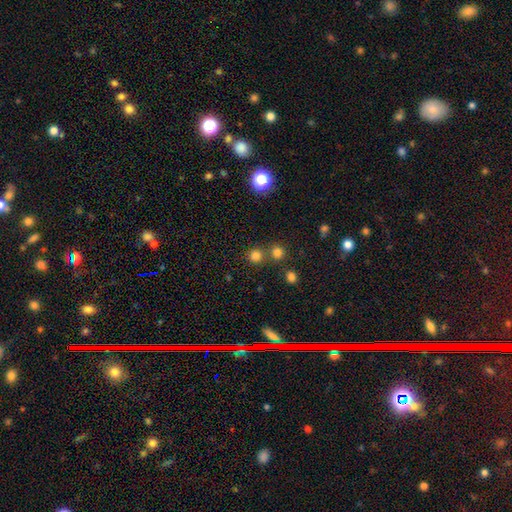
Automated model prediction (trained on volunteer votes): smooth 77%, star or artifact 18%, featured or disk 5%. Down the decision tree: how rounded — round (92%); merging — none (70%).